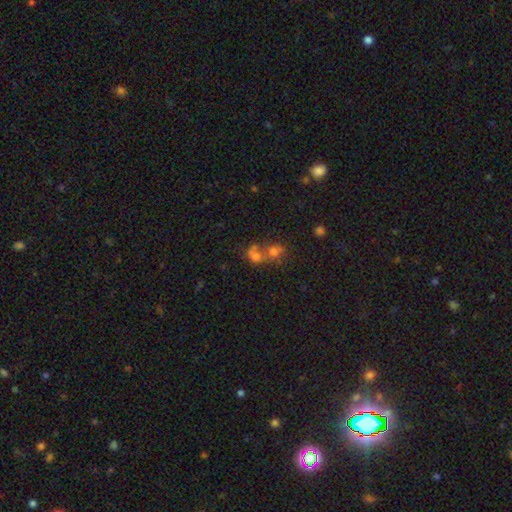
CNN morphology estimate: Q: Smooth or featured?
A: smooth (60%); runner-up: featured or disk (21%)
Q: How rounded?
A: round (66%); runner-up: in between (33%)
Q: Merging?
A: merger (66%); runner-up: none (23%)